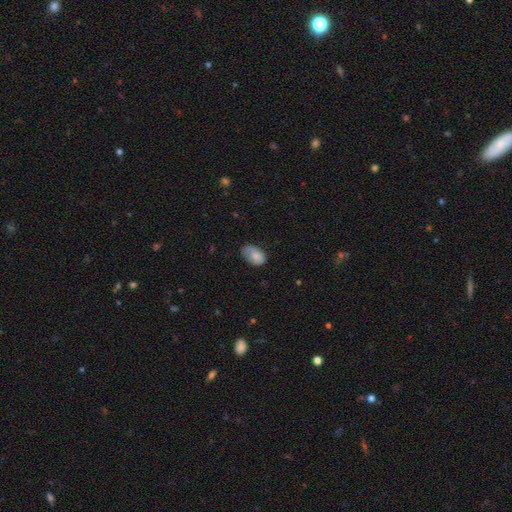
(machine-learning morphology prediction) smooth-or-featured: smooth: 81% | featured or disk: 12% | star or artifact: 8%
  how-rounded: in between: 90% | round: 9% | cigar-shaped: 1%
  merging: none: 48% | minor disturbance: 39% | major disturbance: 12% | merger: 2%